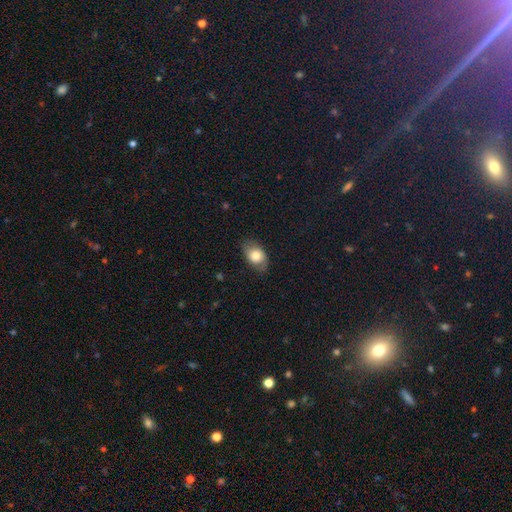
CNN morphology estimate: Smooth or featured? Predicted: smooth (p=0.77). How rounded? Predicted: in between (p=0.82). Merging? Predicted: none (p=0.74).